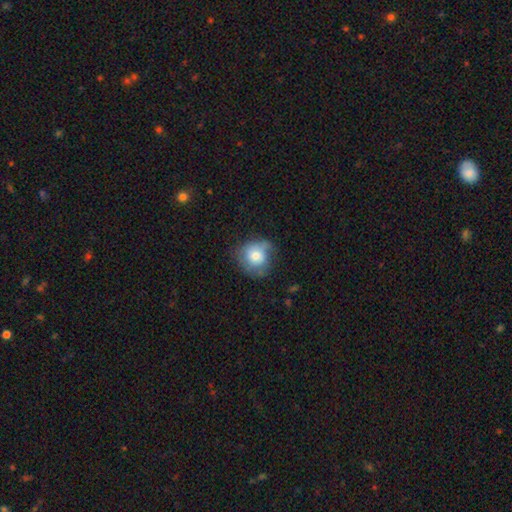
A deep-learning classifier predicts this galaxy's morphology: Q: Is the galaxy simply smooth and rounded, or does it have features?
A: smooth — 69%.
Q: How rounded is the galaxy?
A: round — 81%.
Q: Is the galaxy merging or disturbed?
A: none — 54%.